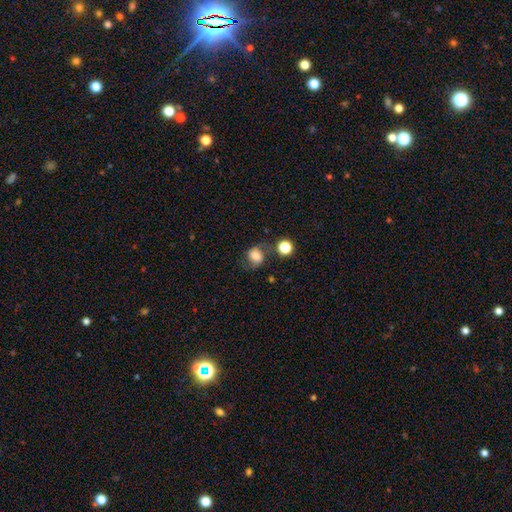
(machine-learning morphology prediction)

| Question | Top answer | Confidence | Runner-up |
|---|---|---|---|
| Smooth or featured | smooth | 64% | featured or disk (24%) |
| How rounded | round | 63% | in between (36%) |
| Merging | none | 59% | minor disturbance (21%) |